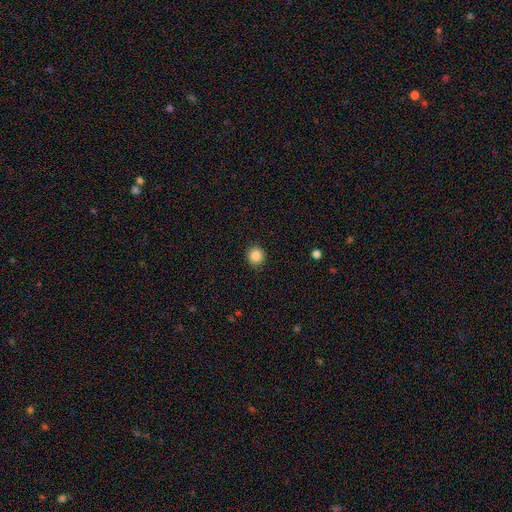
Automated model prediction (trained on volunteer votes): This appears to be a smooth galaxy with no disk features (87%) that is round (91%). Merging: none (91%).